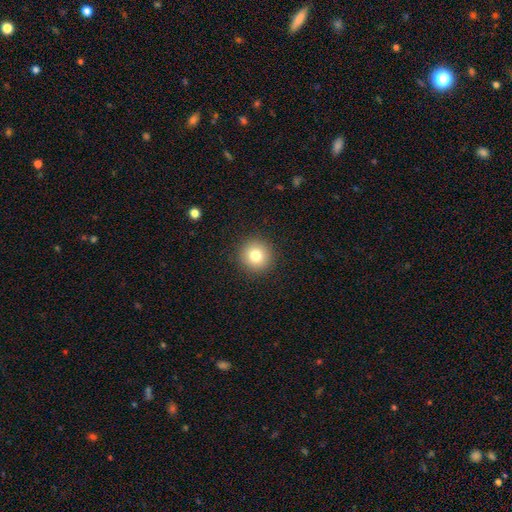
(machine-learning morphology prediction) smooth 80%, star or artifact 11%, featured or disk 9%. Down the decision tree: how rounded — round (95%); merging — none (92%).